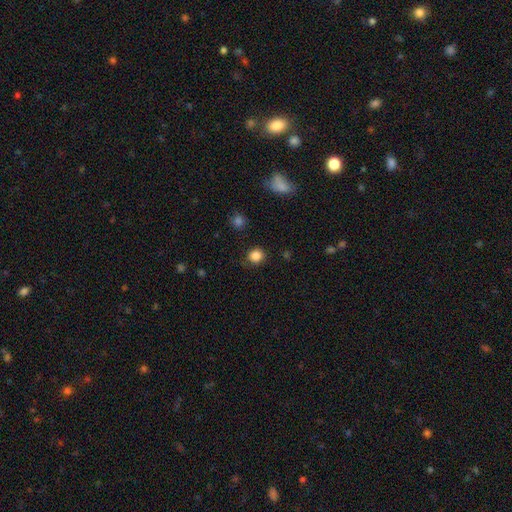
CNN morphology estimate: A smooth galaxy with no disk features (85%) that is round (84%). Merging: none (85%).